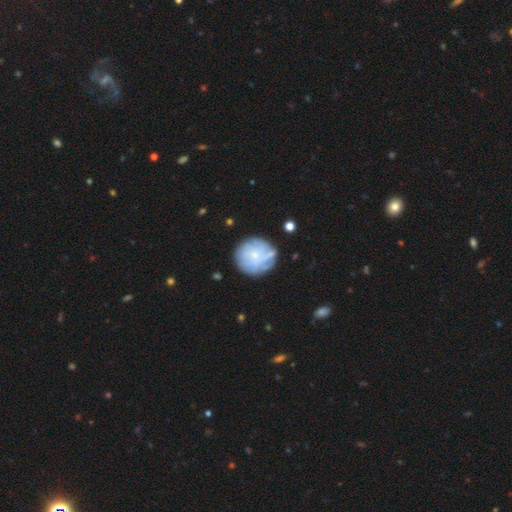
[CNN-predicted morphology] A smooth galaxy with no disk features (50%). Merging: none (71%).